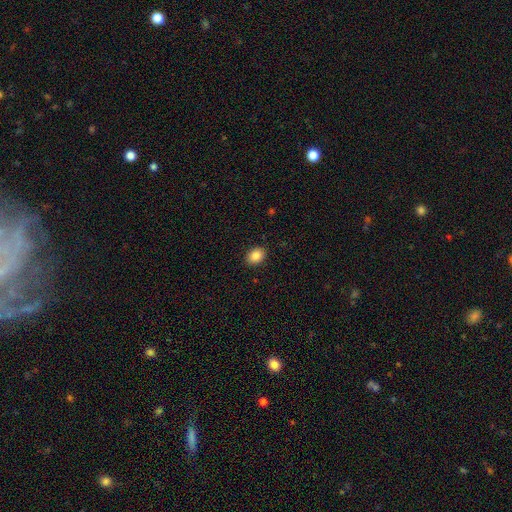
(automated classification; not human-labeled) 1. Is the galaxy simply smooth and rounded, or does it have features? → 86% smooth, 9% star or artifact, 5% featured or disk.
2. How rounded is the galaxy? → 65% in between, 34% round, 1% cigar-shaped.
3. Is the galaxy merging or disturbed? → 90% none, 8% minor disturbance, 2% major disturbance, 1% merger.